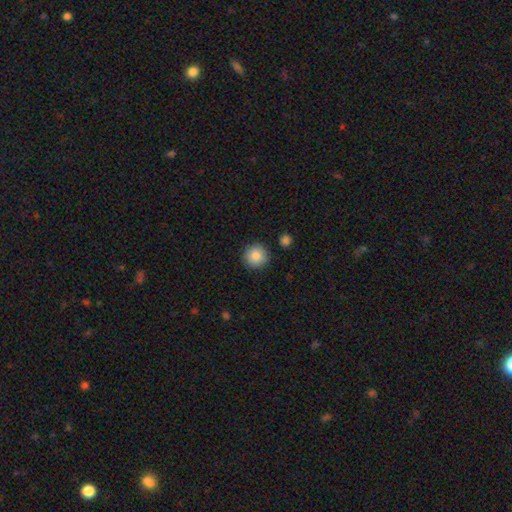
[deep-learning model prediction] The model was most divided on "smooth or featured": smooth: 86%, star or artifact: 8%, featured or disk: 6%. More confident: how rounded — round (95%); merging — none (90%).